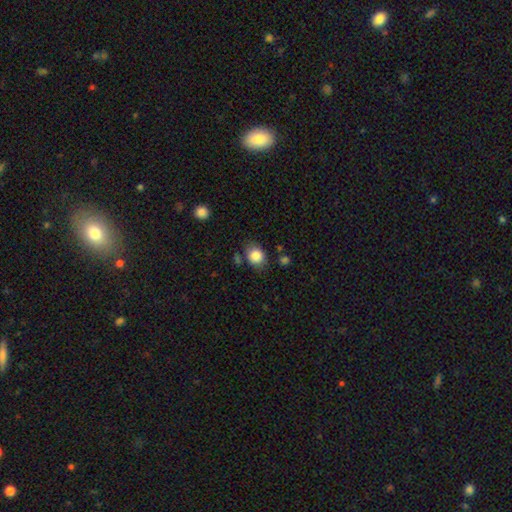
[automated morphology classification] Smooth or featured? Predicted: smooth (p=0.85). How rounded? Predicted: round (p=0.55). Merging? Predicted: none (p=0.74).